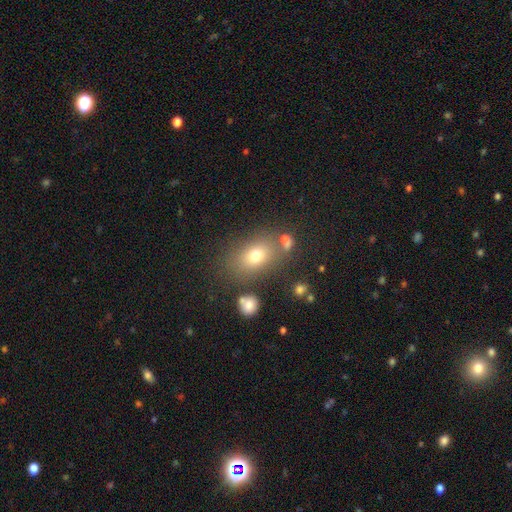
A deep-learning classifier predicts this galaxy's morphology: This is likely a smooth galaxy (72%). How rounded: likely in between (77%). Merging: likely none (72%).